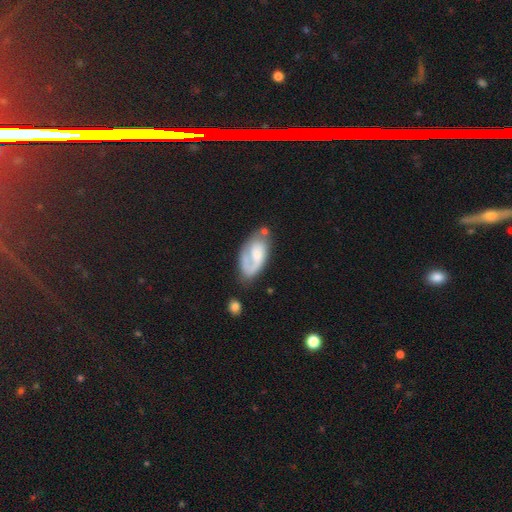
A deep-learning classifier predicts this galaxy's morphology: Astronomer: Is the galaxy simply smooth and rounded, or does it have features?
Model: featured or disk — 69%.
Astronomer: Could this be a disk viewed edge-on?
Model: no — 96%.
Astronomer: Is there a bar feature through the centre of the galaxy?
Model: no — 63%.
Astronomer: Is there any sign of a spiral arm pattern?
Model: yes — 89%.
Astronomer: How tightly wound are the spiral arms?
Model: tight — 45% (runner-up: medium, 35%).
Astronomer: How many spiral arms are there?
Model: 1 — 66%.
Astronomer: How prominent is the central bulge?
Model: small — 34%, tied with moderate at 34%.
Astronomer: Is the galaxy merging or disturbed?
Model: none — 56%.